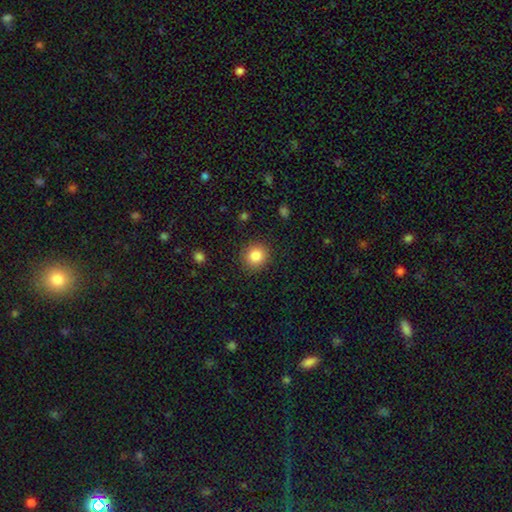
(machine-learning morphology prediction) Smooth or featured?
  - smooth: 85% *
  - star or artifact: 10%
  - featured or disk: 5%
How rounded?
  - round: 87% *
  - in between: 12%
  - cigar-shaped: 1%
Merging?
  - none: 89% *
  - minor disturbance: 7%
  - major disturbance: 3%
  - merger: 1%